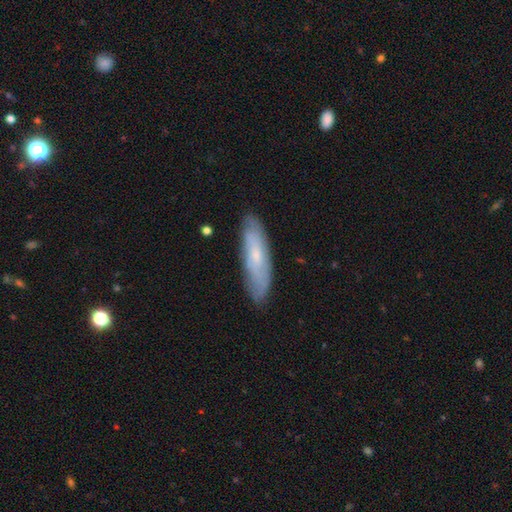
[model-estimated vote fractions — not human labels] Morphology: type=smooth (49%); merging=none (83%).